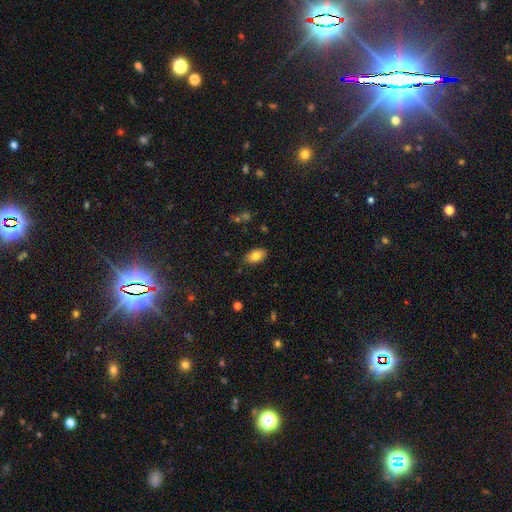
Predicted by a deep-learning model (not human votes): This appears to be a smooth galaxy with no disk features (80%) that is in between round and cigar-shaped (91%). Merging: none (84%).